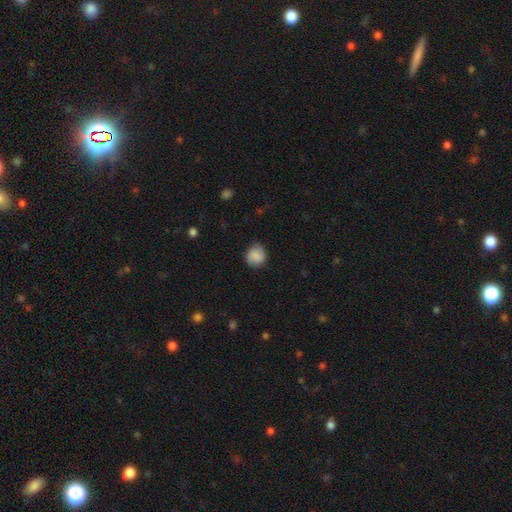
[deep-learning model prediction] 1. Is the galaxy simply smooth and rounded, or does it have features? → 80% smooth, 13% featured or disk, 8% star or artifact.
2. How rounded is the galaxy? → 82% round, 17% in between, 1% cigar-shaped.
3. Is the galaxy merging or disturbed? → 75% none, 19% minor disturbance, 4% major disturbance, 1% merger.